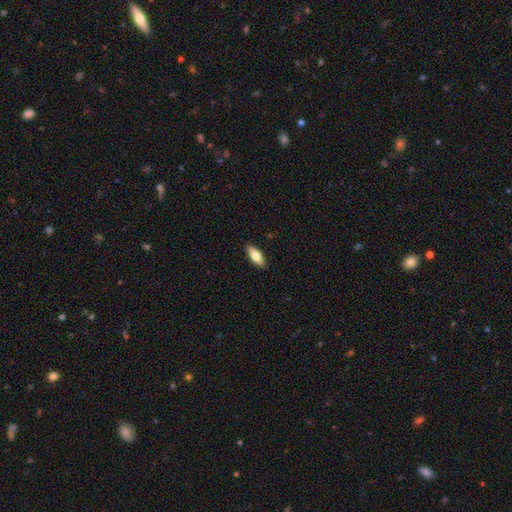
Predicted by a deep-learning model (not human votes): A smooth galaxy with no disk features (71%) that is in between round and cigar-shaped (77%). Merging: none (89%).